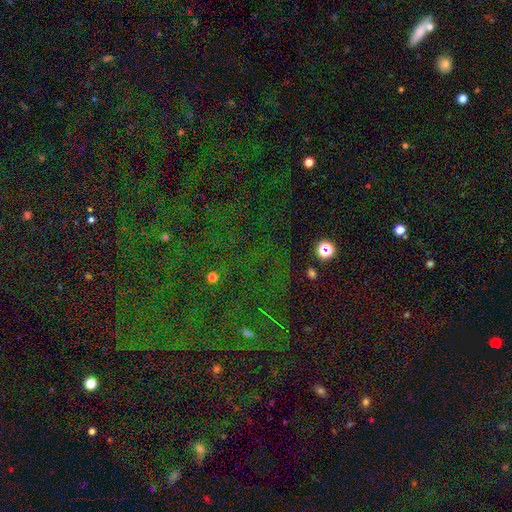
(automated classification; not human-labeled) star or artifact 81%, smooth 11%, featured or disk 8%.